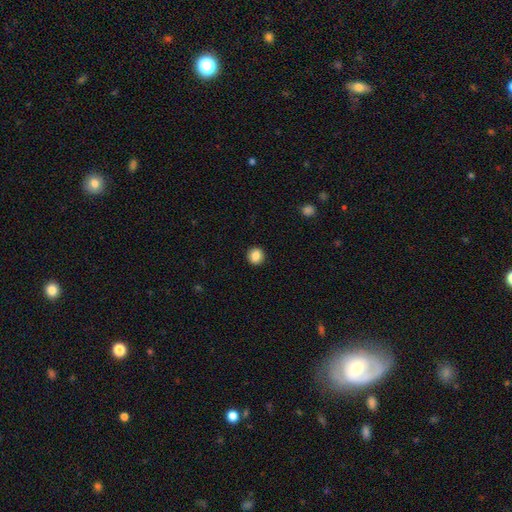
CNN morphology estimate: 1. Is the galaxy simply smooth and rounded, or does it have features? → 87% smooth, 9% star or artifact, 4% featured or disk.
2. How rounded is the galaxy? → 90% round, 9% in between, 1% cigar-shaped.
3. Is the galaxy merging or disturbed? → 93% none, 5% minor disturbance, 2% major disturbance, 1% merger.